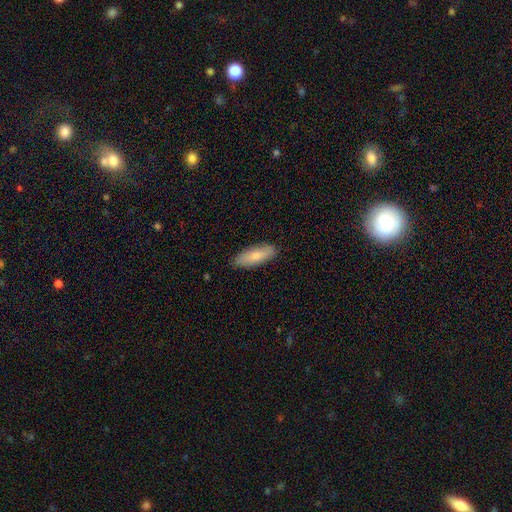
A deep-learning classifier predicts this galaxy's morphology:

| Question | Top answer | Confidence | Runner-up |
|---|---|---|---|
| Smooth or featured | smooth | 77% | featured or disk (17%) |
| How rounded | in between | 64% | cigar-shaped (34%) |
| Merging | none | 86% | minor disturbance (11%) |